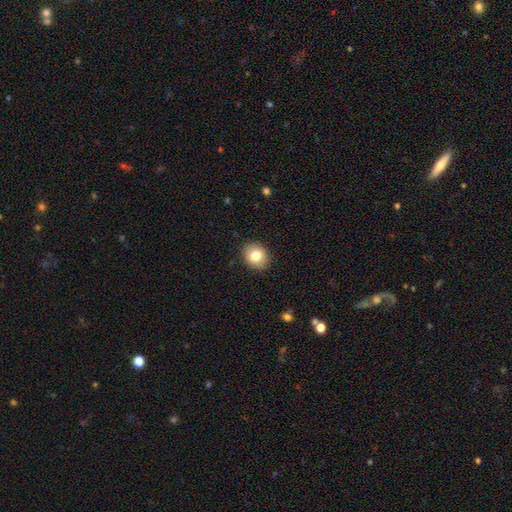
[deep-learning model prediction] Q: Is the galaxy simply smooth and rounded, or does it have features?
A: smooth — 81%.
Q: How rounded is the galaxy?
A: round — 60%.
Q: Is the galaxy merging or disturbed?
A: none — 90%.